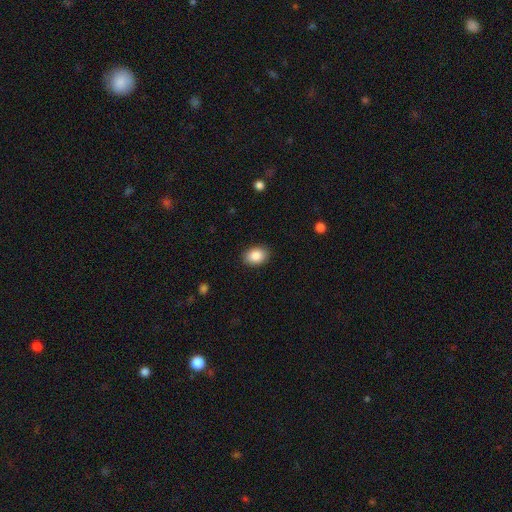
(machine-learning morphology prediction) This appears to be a smooth galaxy with no disk features (87%) that is in between round and cigar-shaped (74%). Merging: none (89%).